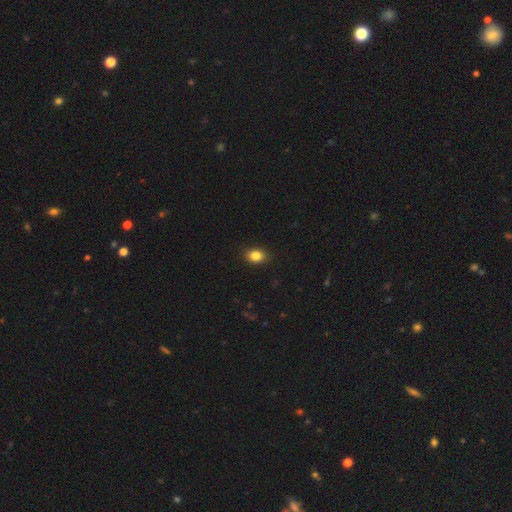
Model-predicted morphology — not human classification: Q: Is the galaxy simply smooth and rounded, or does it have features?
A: smooth — 85%.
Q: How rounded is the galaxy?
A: in between — 59%.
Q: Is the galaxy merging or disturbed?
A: none — 90%.